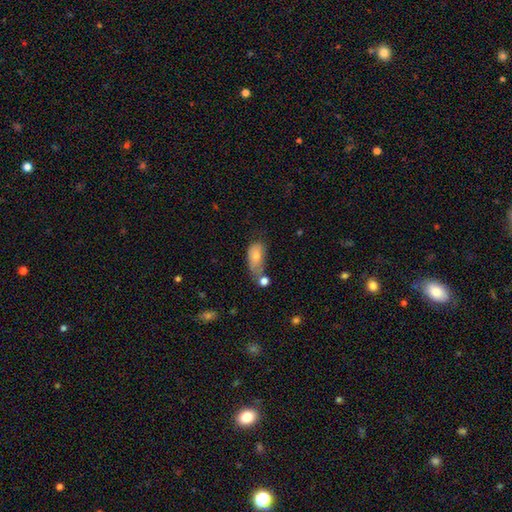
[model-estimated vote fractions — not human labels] A smooth galaxy with no disk features (76%) that is in between round and cigar-shaped (90%).

Vote fractions:
- Smooth or featured? smooth: 76% / featured or disk: 17% / star or artifact: 8%
- How rounded? in between: 90% / round: 6% / cigar-shaped: 4%
- Merging? minor disturbance: 28% / none: 26% / merger: 23% / major disturbance: 23%